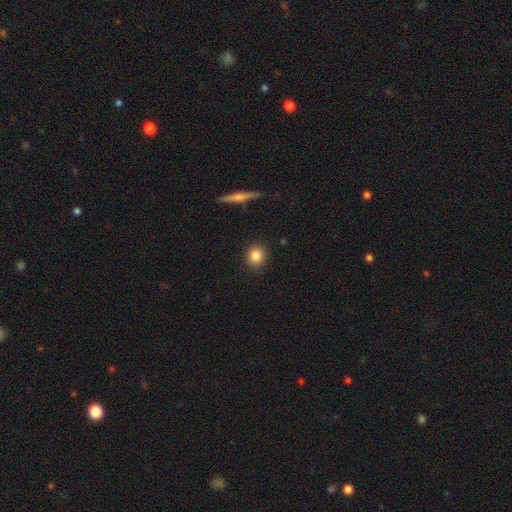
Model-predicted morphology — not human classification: A smooth galaxy with no disk features (85%) that is round (79%).

Vote fractions:
- Smooth or featured? smooth: 85% / star or artifact: 9% / featured or disk: 6%
- How rounded? round: 79% / in between: 19% / cigar-shaped: 2%
- Merging? none: 89% / minor disturbance: 8% / major disturbance: 2% / merger: 1%